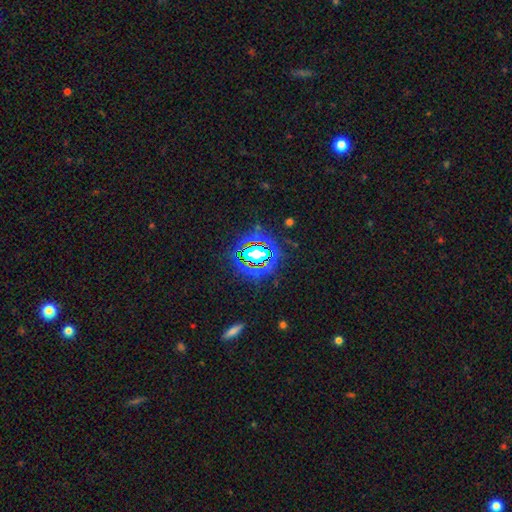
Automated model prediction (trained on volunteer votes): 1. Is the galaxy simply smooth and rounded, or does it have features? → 70% star or artifact, 17% smooth, 13% featured or disk.